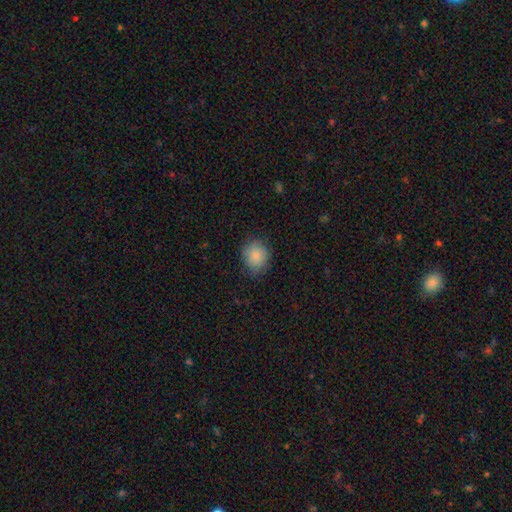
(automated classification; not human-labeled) This is clearly a smooth galaxy (84%). How rounded: likely round (71%). Merging: likely none (79%).